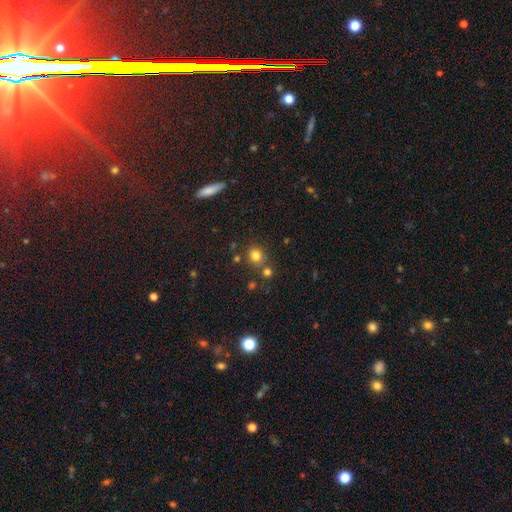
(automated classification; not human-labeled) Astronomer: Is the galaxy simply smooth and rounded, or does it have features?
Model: smooth — 78%.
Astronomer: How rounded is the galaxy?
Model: round — 78%.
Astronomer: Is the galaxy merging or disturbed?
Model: none — 71%.